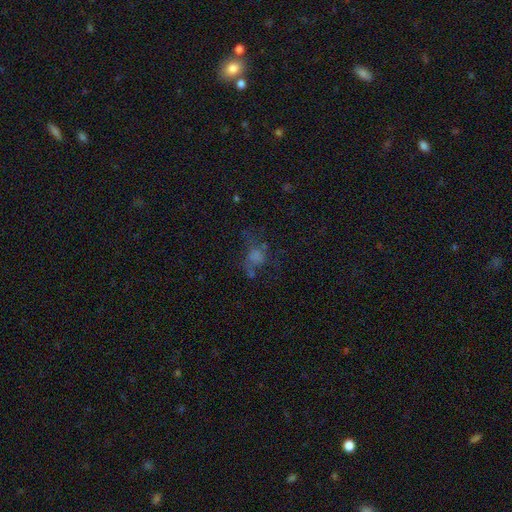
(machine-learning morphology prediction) smooth-or-featured: smooth: 38% | featured or disk: 31% | star or artifact: 30%
  merging: none: 44% | major disturbance: 32% | minor disturbance: 18% | merger: 6%